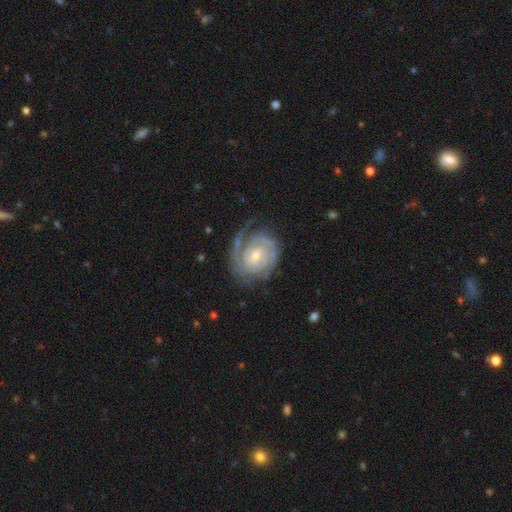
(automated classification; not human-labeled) A featured or disk galaxy (88%) with no bar (53%), 2 (49%) tight (72%) spiral arms (97%) and a small central bulge (58%).

Vote fractions:
- Smooth or featured? featured or disk: 88% / smooth: 7% / star or artifact: 5%
- Edge-on disk? no: 98% / yes: 2%
- Bar? no: 53% / weak: 37% / strong: 10%
- Spiral arms? yes: 97% / no: 3%
- Spiral winding? tight: 72% / medium: 23% / loose: 5%
- Spiral arm count? 2: 49% / can't tell: 18% / 3: 16% / 1: 8% / 4: 5% / more than 4: 4%
- Bulge size? small: 58% / moderate: 37% / large: 2% / none: 2% / dominant: 1%
- Merging? none: 71% / minor disturbance: 18% / major disturbance: 10% / merger: 2%